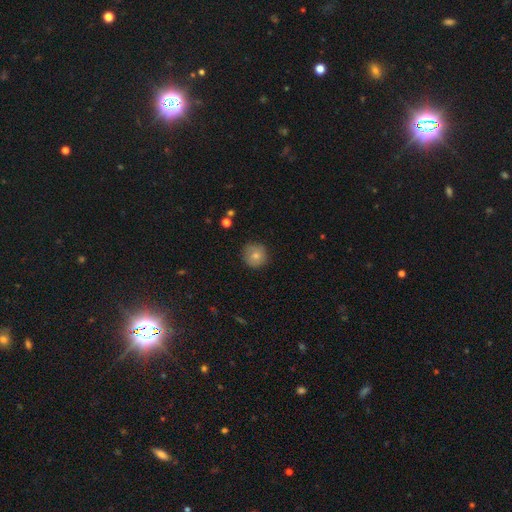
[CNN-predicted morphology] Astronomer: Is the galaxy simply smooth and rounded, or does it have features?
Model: smooth — 77%.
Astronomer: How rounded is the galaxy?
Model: round — 94%.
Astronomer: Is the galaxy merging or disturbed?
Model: none — 83%.